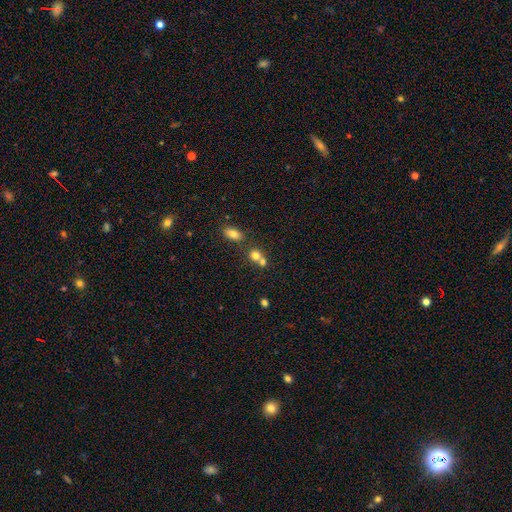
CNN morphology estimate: A smooth galaxy with no disk features (76%) that is round (72%).

Vote fractions:
- Smooth or featured? smooth: 76% / star or artifact: 13% / featured or disk: 11%
- How rounded? round: 72% / in between: 27% / cigar-shaped: 2%
- Merging? merger: 49% / none: 40% / minor disturbance: 7% / major disturbance: 3%